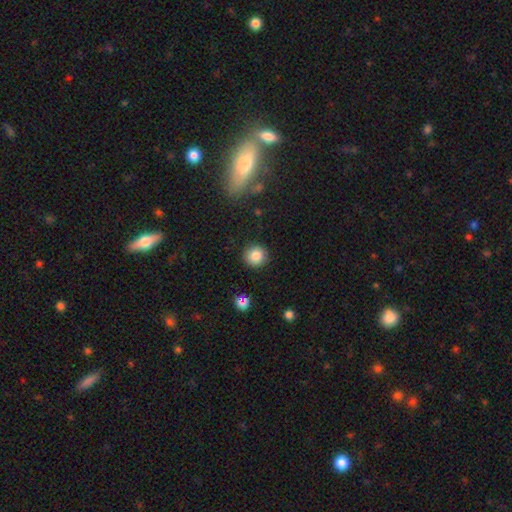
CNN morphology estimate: smooth-or-featured: smooth: 84% | star or artifact: 10% | featured or disk: 6%
  how-rounded: round: 93% | in between: 6% | cigar-shaped: 1%
  merging: none: 90% | minor disturbance: 6% | major disturbance: 2% | merger: 1%